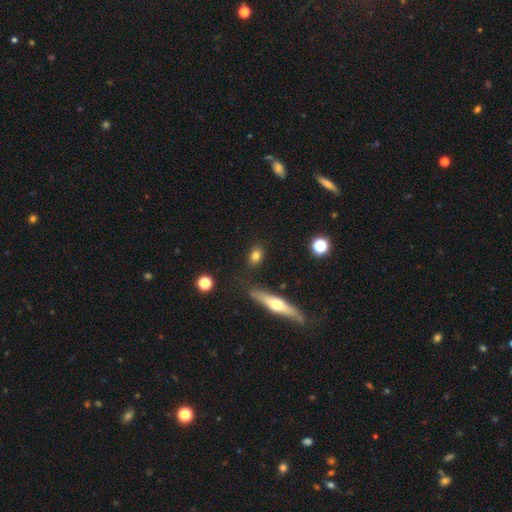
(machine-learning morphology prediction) type=smooth (78%); roundness=in between (63%); merging=none (83%).